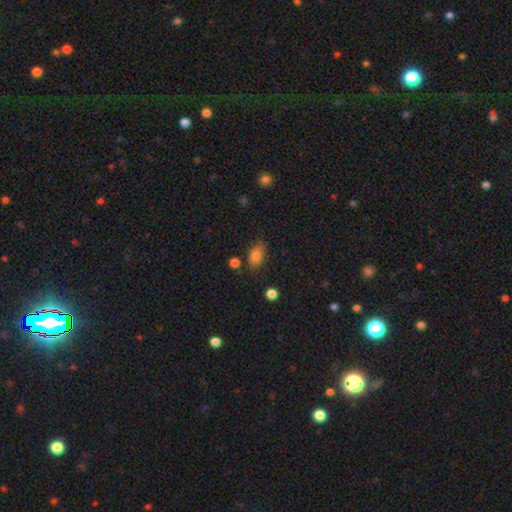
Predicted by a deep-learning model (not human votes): smooth_or_featured: smooth (p=0.82) [alt: star or artifact p=0.10]
how_rounded: in between (p=0.85) [alt: round p=0.11]
merging: none (p=0.72) [alt: minor disturbance p=0.20]